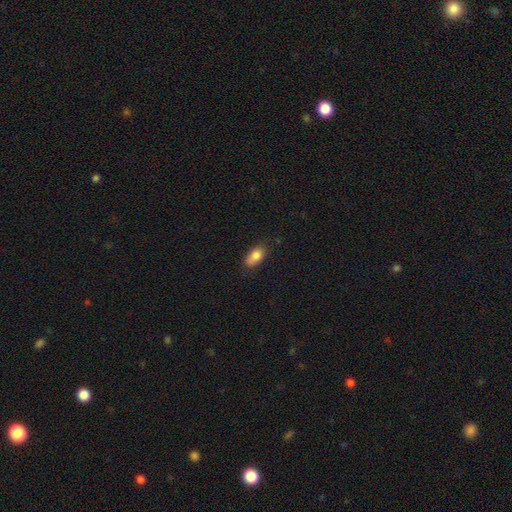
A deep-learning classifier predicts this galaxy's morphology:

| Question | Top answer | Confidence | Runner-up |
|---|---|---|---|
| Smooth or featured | smooth | 79% | featured or disk (12%) |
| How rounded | in between | 85% | round (10%) |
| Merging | none | 59% | minor disturbance (27%) |